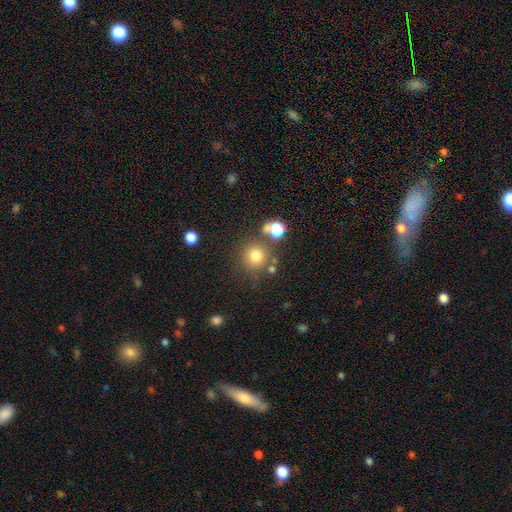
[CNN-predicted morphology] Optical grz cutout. It shows a smooth galaxy with no disk features (76%) that is round (92%). Merging: none (74%).